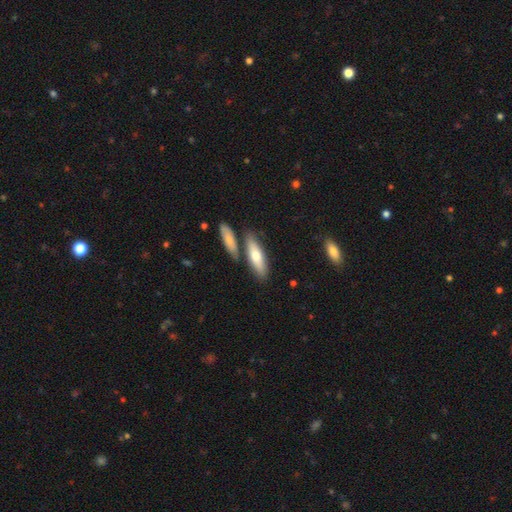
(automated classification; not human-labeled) smooth 68%, featured or disk 27%, star or artifact 6%. Down the decision tree: how rounded — cigar-shaped (49%, tied with in between); merging — none (68%).